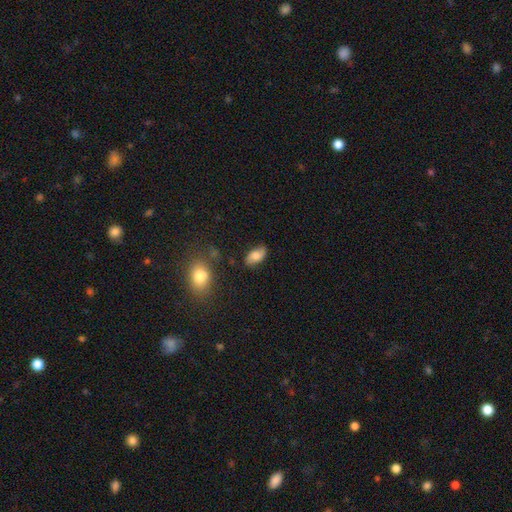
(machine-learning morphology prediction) smooth_or_featured: smooth (p=0.69) [alt: featured or disk p=0.23]
how_rounded: in between (p=0.91) [alt: round p=0.05]
merging: none (p=0.77) [alt: minor disturbance p=0.17]